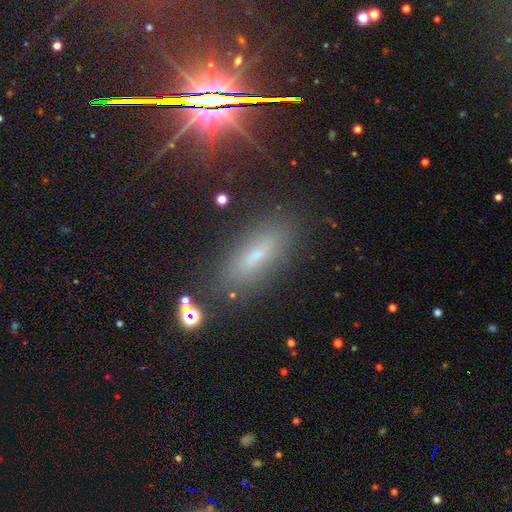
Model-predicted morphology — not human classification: Smooth or featured? Predicted: smooth (p=0.53). How rounded? Predicted: in between (p=0.53). Merging? Predicted: none (p=0.83).